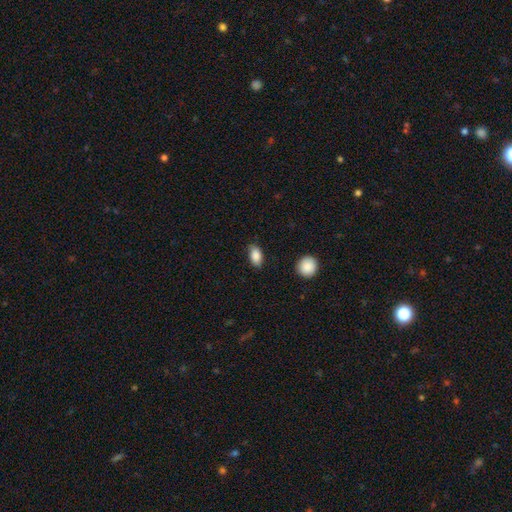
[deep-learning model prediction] This appears to be a smooth galaxy with no disk features (88%) that is in between round and cigar-shaped (90%). Merging: none (79%).